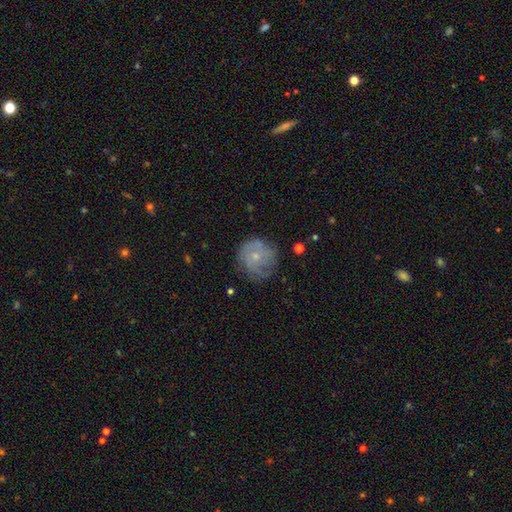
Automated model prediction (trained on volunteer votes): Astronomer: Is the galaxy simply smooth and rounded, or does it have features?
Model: featured or disk — 47% (runner-up: smooth, 44%).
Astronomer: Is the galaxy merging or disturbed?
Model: none — 64%.